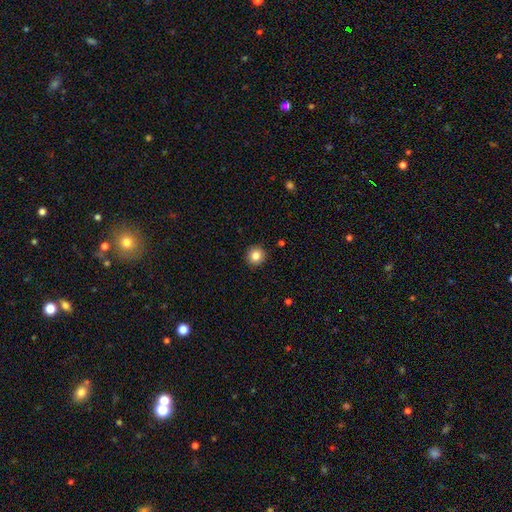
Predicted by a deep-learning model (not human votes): Smooth or featured: smooth — 84% (star or artifact — 10%)
How rounded: round — 93% (in between — 6%)
Merging: none — 92% (minor disturbance — 6%)